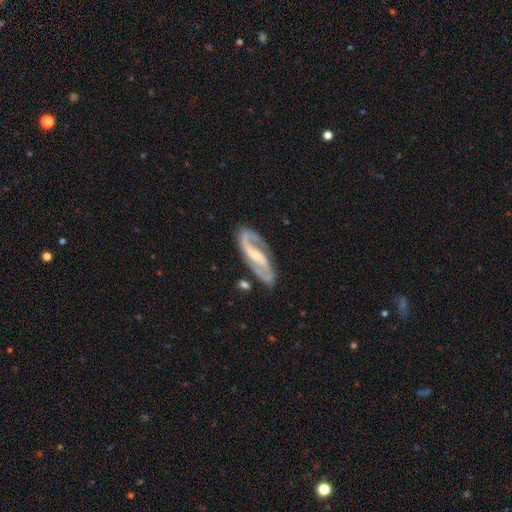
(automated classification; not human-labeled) Smooth or featured: featured or disk — 87% (smooth — 8%)
Edge-on disk: no — 92% (yes — 8%)
Bar: strong — 39% (weak — 38%)
Spiral arms: yes — 96% (no — 4%)
Spiral winding: medium — 51% (tight — 26%)
Spiral arm count: 2 — 89% (1 — 4%)
Bulge size: small — 50% (moderate — 36%)
Merging: none — 76% (minor disturbance — 15%)